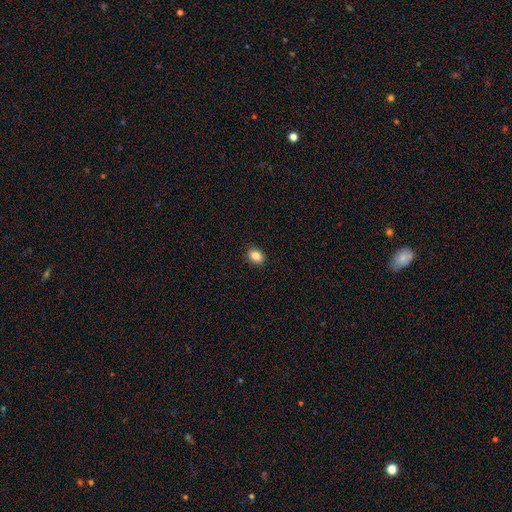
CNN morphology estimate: Smooth or featured? Predicted: smooth (p=0.86). How rounded? Predicted: in between (p=0.61). Merging? Predicted: none (p=0.88).